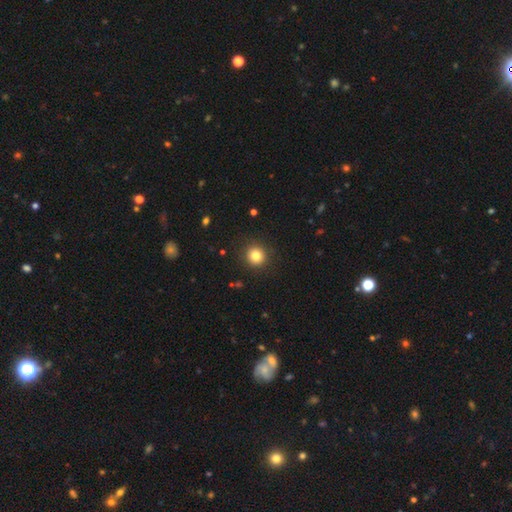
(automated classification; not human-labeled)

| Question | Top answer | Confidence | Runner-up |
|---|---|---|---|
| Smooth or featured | smooth | 82% | star or artifact (12%) |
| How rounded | round | 93% | in between (6%) |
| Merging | none | 90% | minor disturbance (6%) |